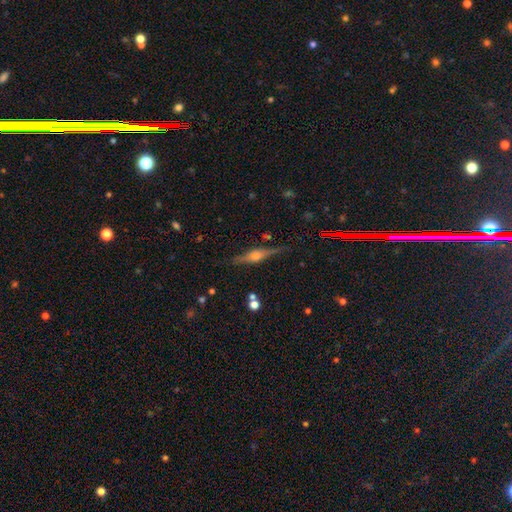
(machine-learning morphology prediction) This is likely a featured or disk galaxy (77%). It is clearly viewed edge-on (97%). Edge-on bulge: clearly rounded (87%). Merging: clearly none (84%).